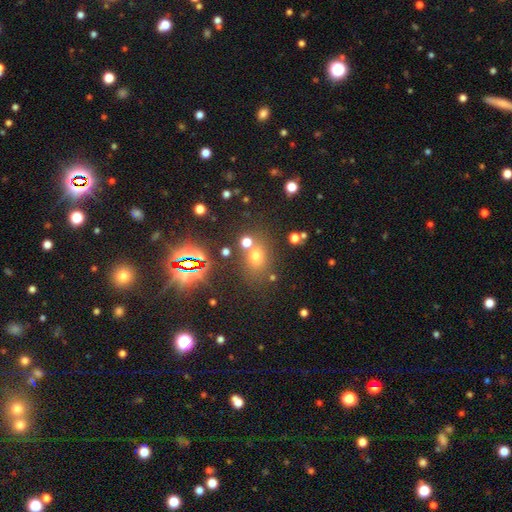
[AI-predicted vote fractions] This appears to be a smooth galaxy with no disk features (55%) that is round (51%). Merging: none (69%).